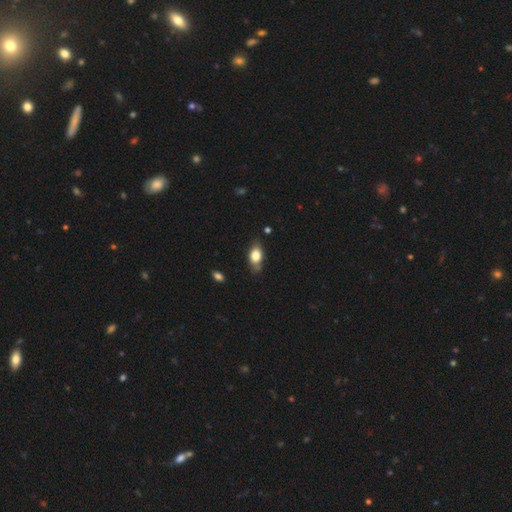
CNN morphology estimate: This is likely a smooth galaxy (75%). How rounded: clearly in between (85%). Merging: likely none (73%).